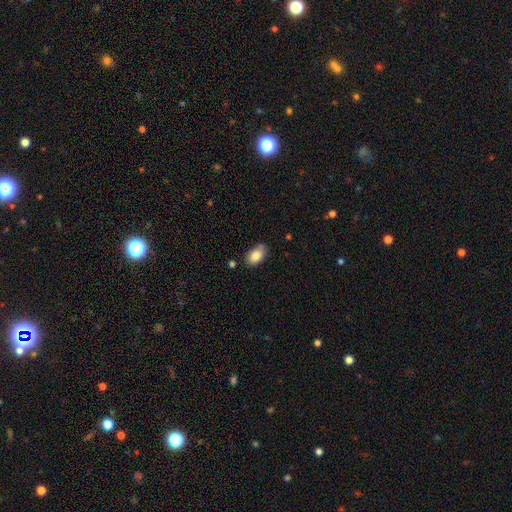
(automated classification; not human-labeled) This appears to be a smooth galaxy with no disk features (85%) that is in between round and cigar-shaped (90%). Merging: none (72%).